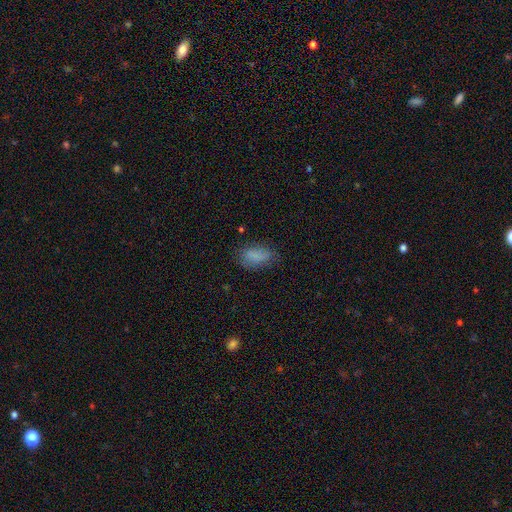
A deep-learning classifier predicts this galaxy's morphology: smooth-or-featured: smooth: 81% | featured or disk: 10% | star or artifact: 10%
  how-rounded: in between: 89% | round: 7% | cigar-shaped: 5%
  merging: none: 66% | minor disturbance: 24% | major disturbance: 8% | merger: 2%